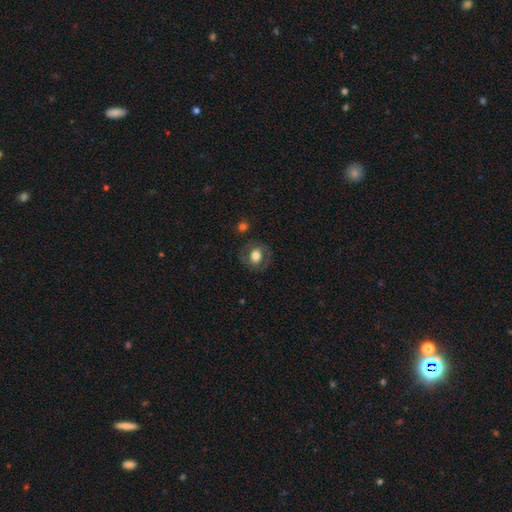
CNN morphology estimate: Smooth or featured? Predicted: smooth (p=0.55). How rounded? Predicted: round (p=0.62). Merging? Predicted: none (p=0.78).